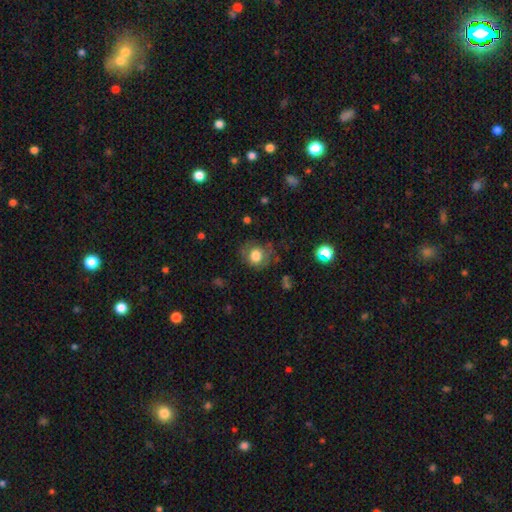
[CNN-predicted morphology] The model was most divided on "merging": none: 68%, minor disturbance: 20%, major disturbance: 10%, merger: 2%. More confident: how rounded — round (76%); smooth or featured — smooth (75%).